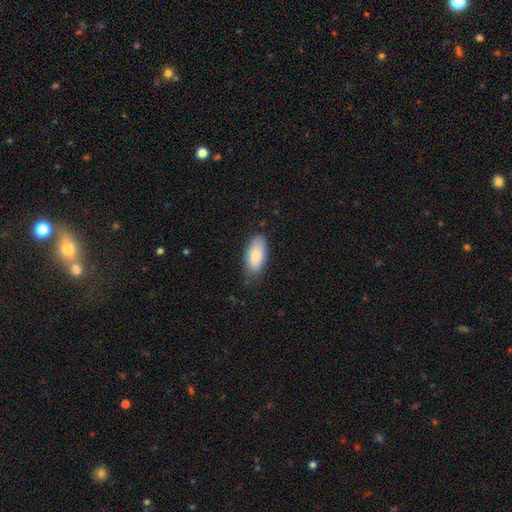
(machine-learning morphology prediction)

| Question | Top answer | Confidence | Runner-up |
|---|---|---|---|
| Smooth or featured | smooth | 84% | featured or disk (11%) |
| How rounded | in between | 88% | cigar-shaped (10%) |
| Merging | none | 73% | minor disturbance (23%) |